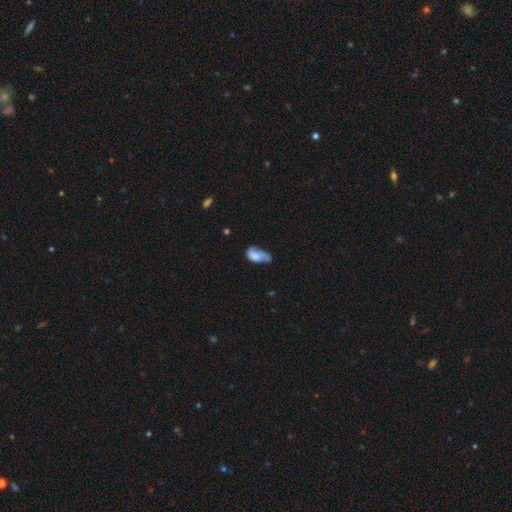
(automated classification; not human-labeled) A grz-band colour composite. It shows a smooth galaxy with no disk features (55%) that is in between round and cigar-shaped (90%). Merging: minor disturbance (36%).